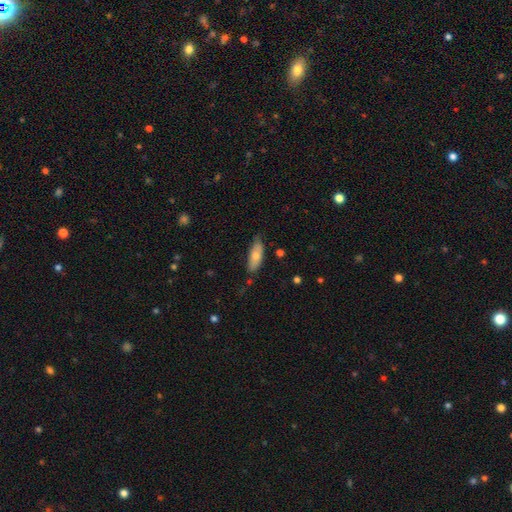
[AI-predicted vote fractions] A smooth galaxy with no disk features (75%) that is in between round and cigar-shaped (72%). Merging: none (71%).